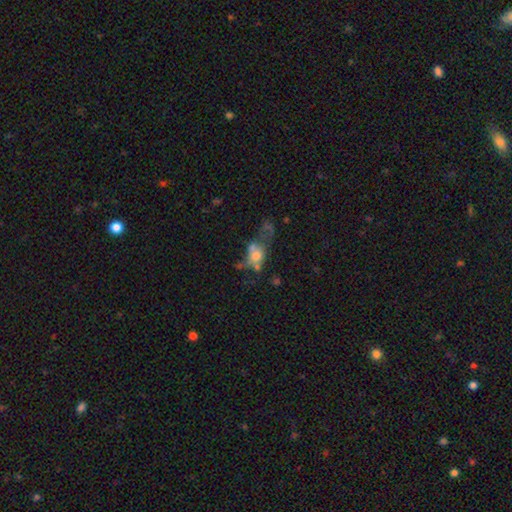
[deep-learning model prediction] Morphology: type=smooth (51%); roundness=in between (56%); merging=merger (37%).